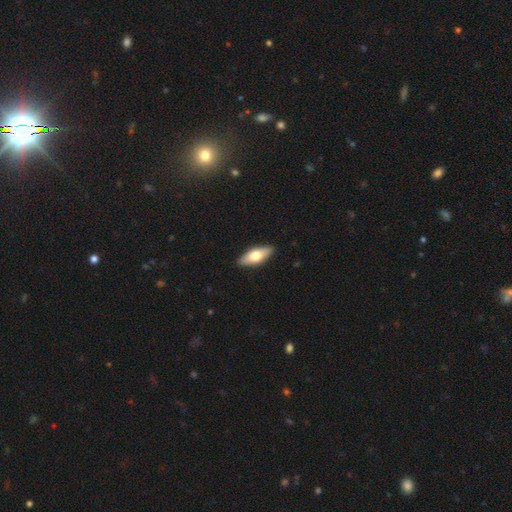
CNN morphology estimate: Smooth or featured? Predicted: smooth (p=0.61). How rounded? Predicted: in between (p=0.70). Merging? Predicted: none (p=0.89).